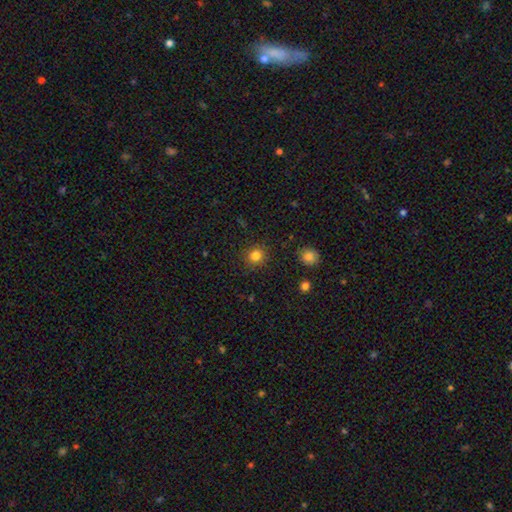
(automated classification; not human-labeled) A smooth galaxy with no disk features (82%) that is round (88%). Merging: none (88%).